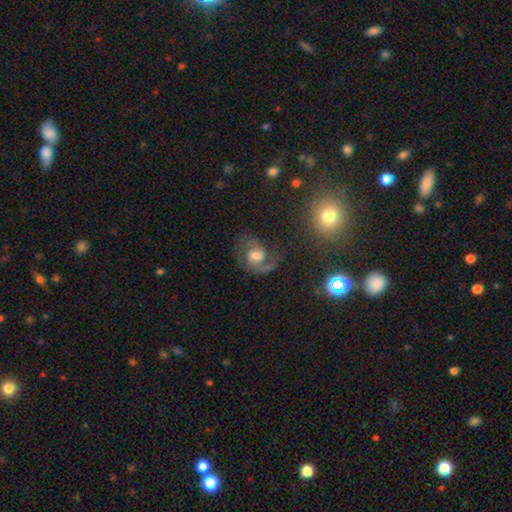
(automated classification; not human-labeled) This appears to be a featured or disk galaxy (77%) with a weak bar (46%), 2 (80%) medium (54%) spiral arms (94%) and a moderate central bulge (60%). Merging: none (61%).